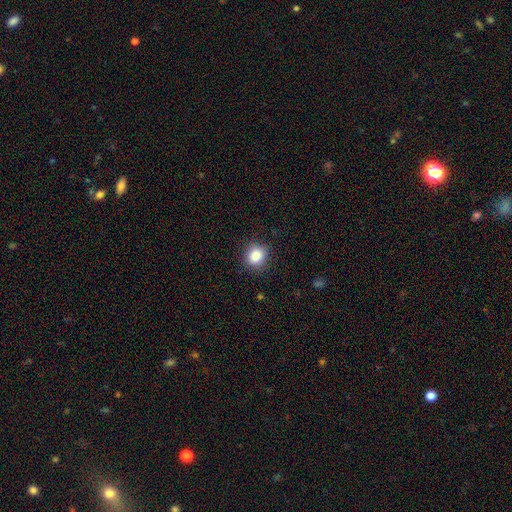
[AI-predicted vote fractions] Smooth or featured?
  - smooth: 86% *
  - star or artifact: 10%
  - featured or disk: 4%
How rounded?
  - round: 76% *
  - in between: 23%
  - cigar-shaped: 1%
Merging?
  - none: 85% *
  - minor disturbance: 11%
  - major disturbance: 3%
  - merger: 1%